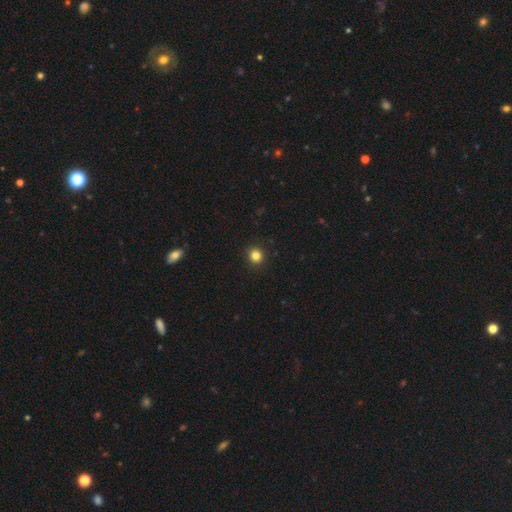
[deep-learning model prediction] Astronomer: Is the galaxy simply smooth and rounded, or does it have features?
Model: smooth — 84%.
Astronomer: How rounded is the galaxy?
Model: round — 91%.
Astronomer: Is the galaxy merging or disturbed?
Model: none — 92%.